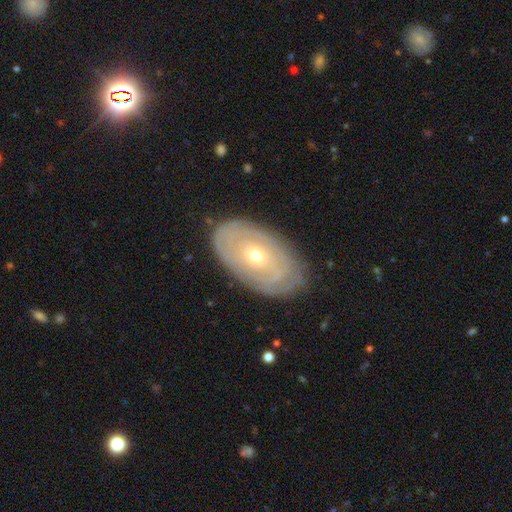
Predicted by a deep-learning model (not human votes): Smooth or featured? Predicted: featured or disk (p=0.70). Edge-on disk? Predicted: no (p=0.92). Bar? Predicted: no (p=0.81). Spiral arms? Predicted: yes (p=0.65). Bulge size? Predicted: small (p=0.55). Merging? Predicted: none (p=0.82).